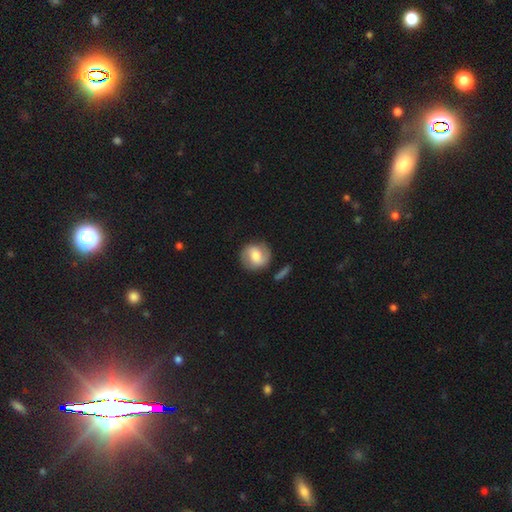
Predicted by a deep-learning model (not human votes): Morphology: type=featured or disk (52%); edge-on=no (97%); bar=weak (46%); spiral arms=yes (83%); bulge=moderate (58%); merging=none (79%).